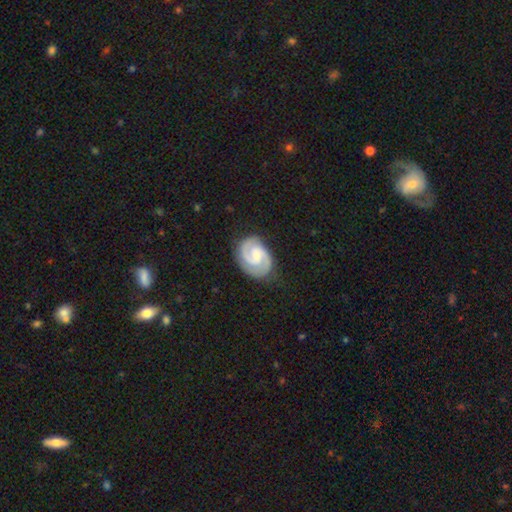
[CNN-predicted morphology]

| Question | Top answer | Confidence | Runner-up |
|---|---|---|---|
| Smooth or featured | featured or disk | 89% | smooth (7%) |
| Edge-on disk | no | 98% | yes (2%) |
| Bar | weak | 50% | no (39%) |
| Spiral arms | yes | 98% | no (2%) |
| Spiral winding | medium | 51% | tight (40%) |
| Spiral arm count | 2 | 93% | can't tell (2%) |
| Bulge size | small | 48% | moderate (33%) |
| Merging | none | 82% | minor disturbance (13%) |